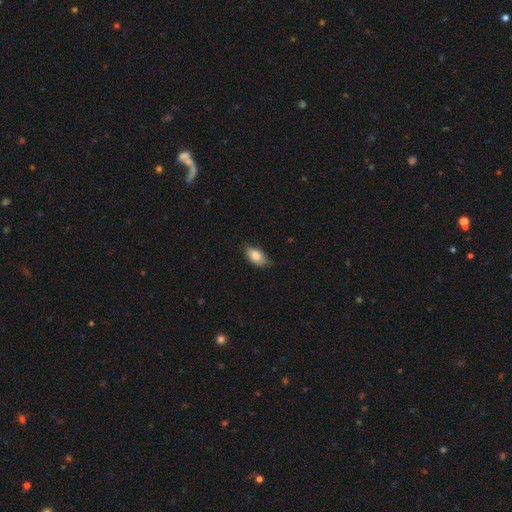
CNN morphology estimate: Q: Smooth or featured?
A: smooth (83%); runner-up: featured or disk (11%)
Q: How rounded?
A: in between (92%); runner-up: round (5%)
Q: Merging?
A: none (68%); runner-up: minor disturbance (27%)